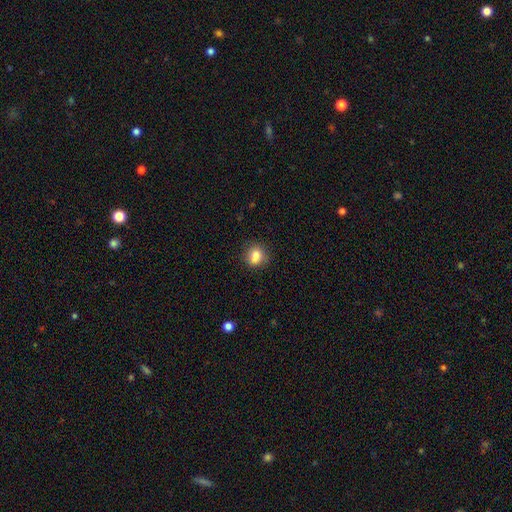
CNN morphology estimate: This appears to be a smooth galaxy with no disk features (76%) that is round (75%). Merging: none (54%).